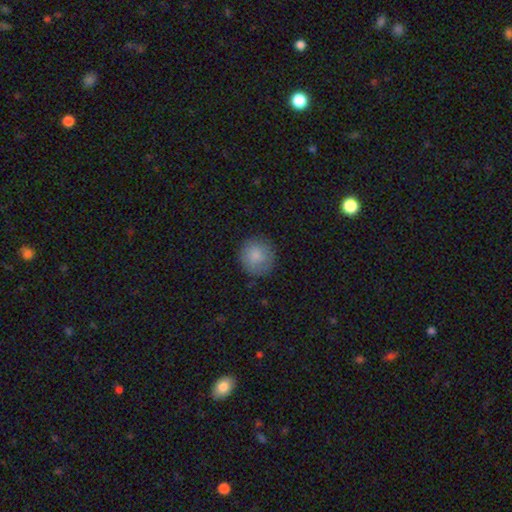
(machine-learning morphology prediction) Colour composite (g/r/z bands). It shows a smooth galaxy with no disk features (85%) that is round (92%). Merging: none (83%).